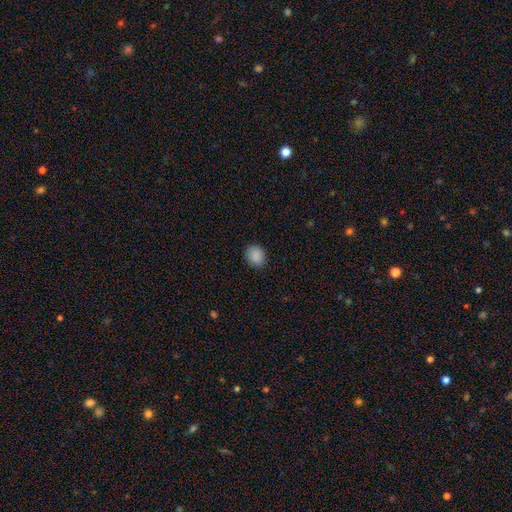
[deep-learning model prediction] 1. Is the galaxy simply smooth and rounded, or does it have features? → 88% smooth, 9% star or artifact, 3% featured or disk.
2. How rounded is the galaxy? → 61% round, 38% in between, 1% cigar-shaped.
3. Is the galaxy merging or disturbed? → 89% none, 8% minor disturbance, 2% major disturbance, 1% merger.